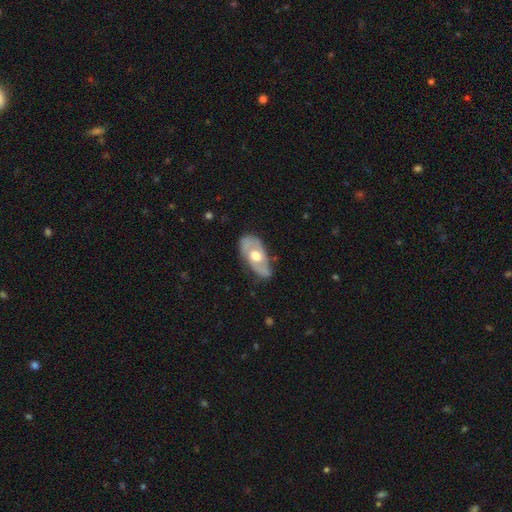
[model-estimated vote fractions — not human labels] This appears to be a featured or disk galaxy (65%) with no bar (75%), spiral arms (58%) and a moderate central bulge (71%). Merging: none (67%).